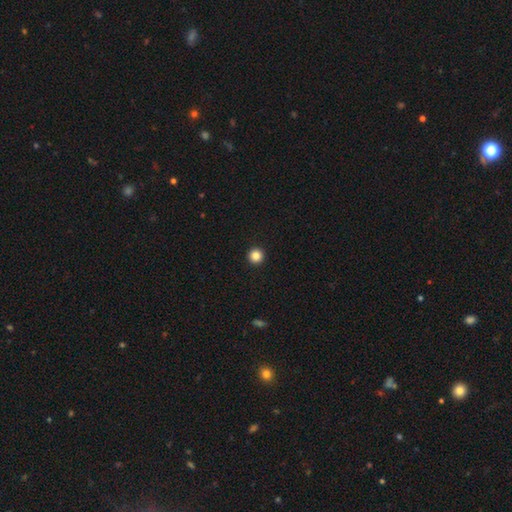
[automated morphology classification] smooth_or_featured: smooth (p=0.85) [alt: star or artifact p=0.11]
how_rounded: round (p=0.97) [alt: in between p=0.02]
merging: none (p=0.94) [alt: minor disturbance p=0.03]